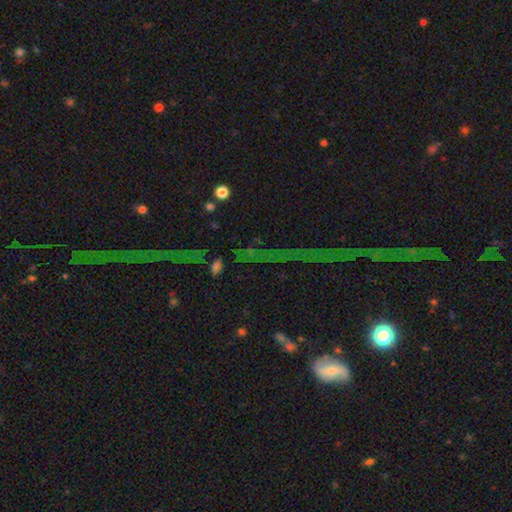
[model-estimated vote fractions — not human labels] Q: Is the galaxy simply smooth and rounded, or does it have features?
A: star or artifact — 62%.